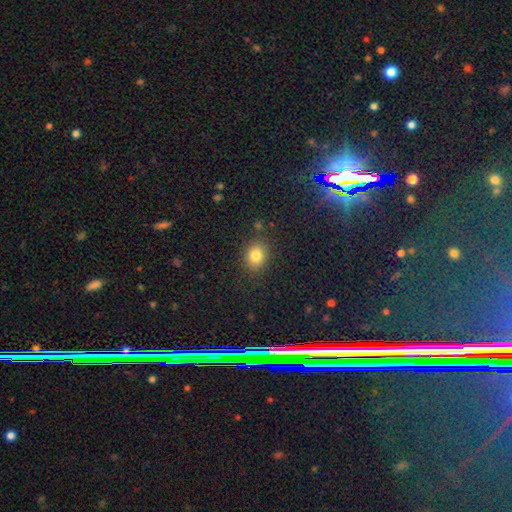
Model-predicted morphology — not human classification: This appears to be a smooth galaxy with no disk features (82%) that is round (57%). Merging: none (83%).